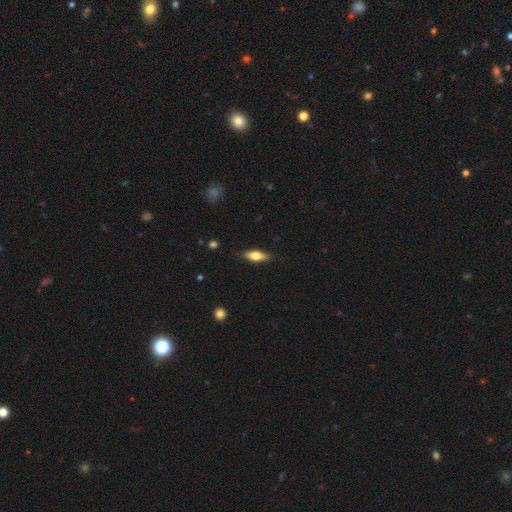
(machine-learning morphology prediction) A smooth galaxy with no disk features (59%) that is in between round and cigar-shaped (58%). Merging: none (85%).